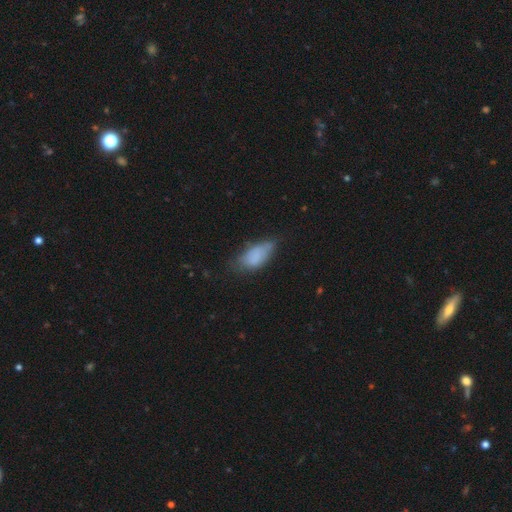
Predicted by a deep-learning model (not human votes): smooth-or-featured: smooth: 76% | featured or disk: 15% | star or artifact: 9%
  how-rounded: in between: 87% | cigar-shaped: 10% | round: 3%
  merging: none: 41% (tied) | minor disturbance: 41% (tied) | major disturbance: 15% | merger: 3%